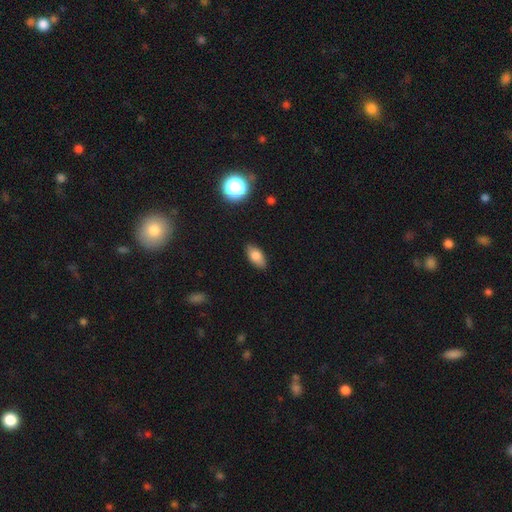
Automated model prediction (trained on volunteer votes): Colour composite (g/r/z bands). It shows a smooth galaxy with no disk features (82%) that is in between round and cigar-shaped (90%). Merging: none (84%).